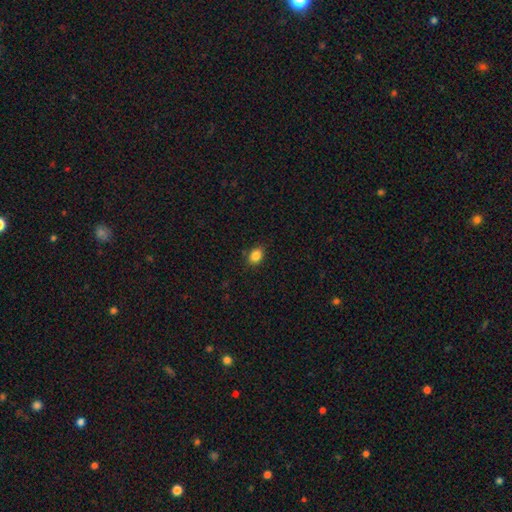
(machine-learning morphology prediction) smooth 86%, star or artifact 10%, featured or disk 4%. Down the decision tree: how rounded — in between (70%); merging — none (85%).